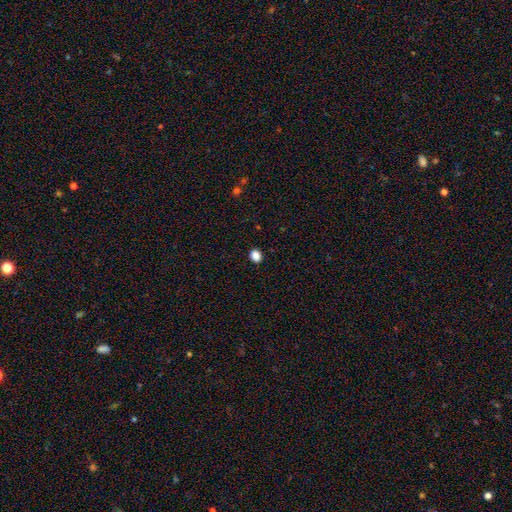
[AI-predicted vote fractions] smooth 86%, star or artifact 11%, featured or disk 3%. Down the decision tree: how rounded — in between (55%); merging — none (91%).